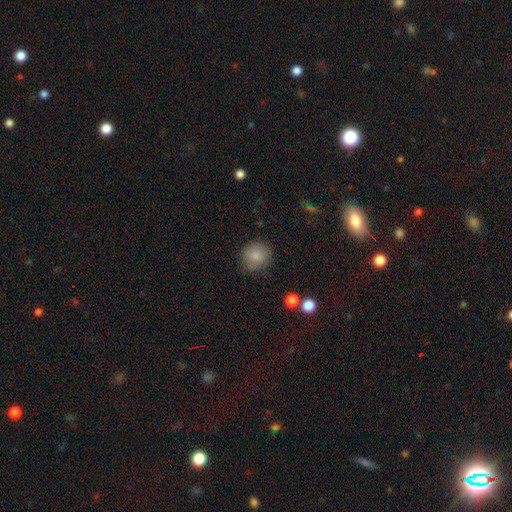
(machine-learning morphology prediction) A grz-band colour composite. It shows a smooth galaxy with no disk features (86%) that is round (86%). Merging: none (82%).